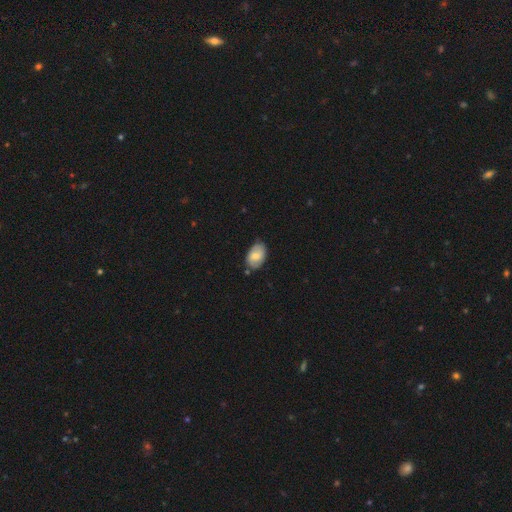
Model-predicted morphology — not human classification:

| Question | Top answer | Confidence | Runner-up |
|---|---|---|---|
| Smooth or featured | smooth | 71% | featured or disk (22%) |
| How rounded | in between | 91% | round (7%) |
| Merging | none | 70% | minor disturbance (23%) |